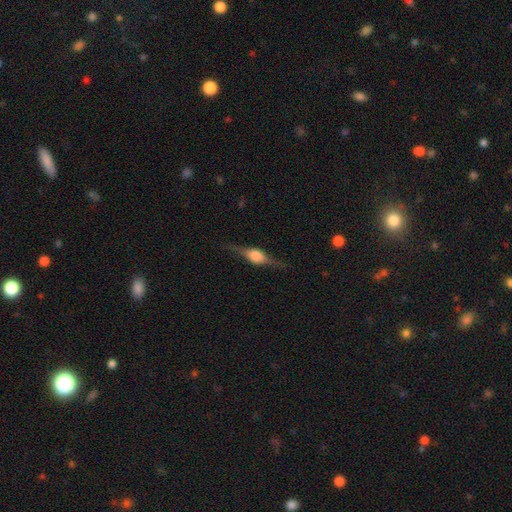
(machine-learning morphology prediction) featured or disk 76%, smooth 18%, star or artifact 7%. Down the decision tree: edge-on disk — yes (97%); edge-on bulge — rounded (86%); merging — none (81%).